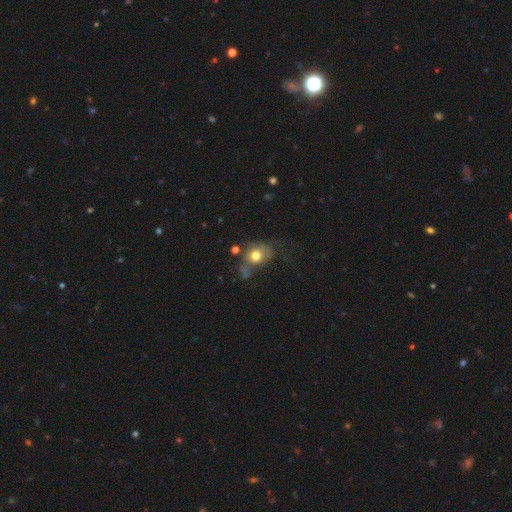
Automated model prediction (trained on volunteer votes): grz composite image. It shows a smooth galaxy with no disk features (74%) that is round (55%). Merging: none (40%).